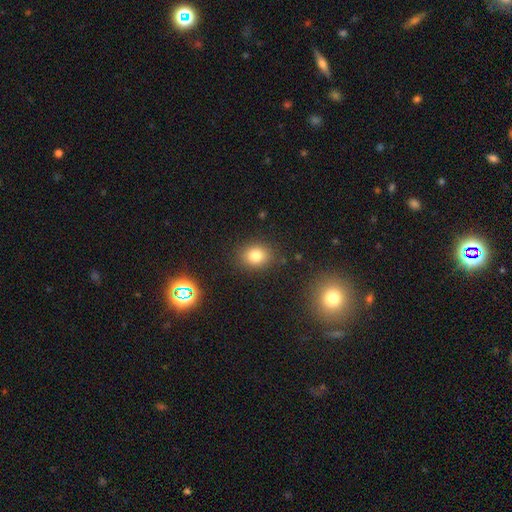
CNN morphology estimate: A smooth galaxy with no disk features (79%) that is round (59%).

Vote fractions:
- Smooth or featured? smooth: 79% / star or artifact: 13% / featured or disk: 8%
- How rounded? round: 59% / in between: 40% / cigar-shaped: 1%
- Merging? none: 86% / minor disturbance: 9% / major disturbance: 3% / merger: 2%